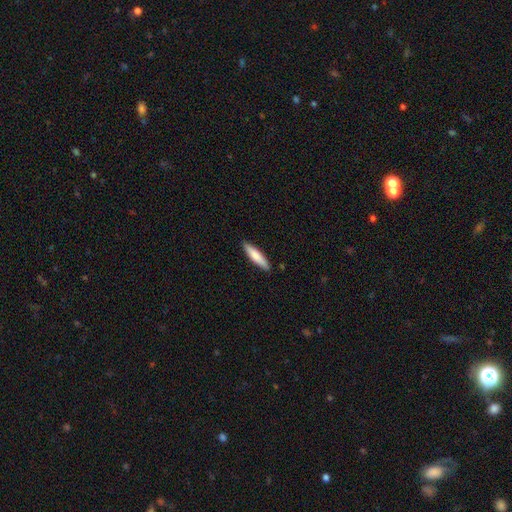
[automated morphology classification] smooth 77%, featured or disk 18%, star or artifact 5%. Down the decision tree: how rounded — cigar-shaped (78%); merging — none (89%).